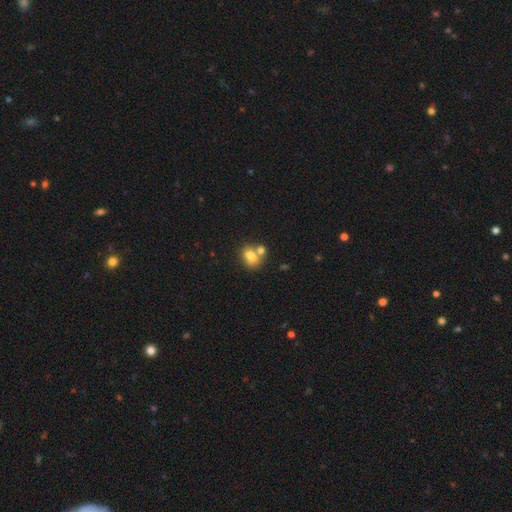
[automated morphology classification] Smooth or featured?
  - smooth: 74% *
  - featured or disk: 14%
  - star or artifact: 12%
How rounded?
  - in between: 56% *
  - round: 43%
  - cigar-shaped: 2%
Merging?
  - none: 49% *
  - merger: 37%
  - minor disturbance: 10%
  - major disturbance: 3%